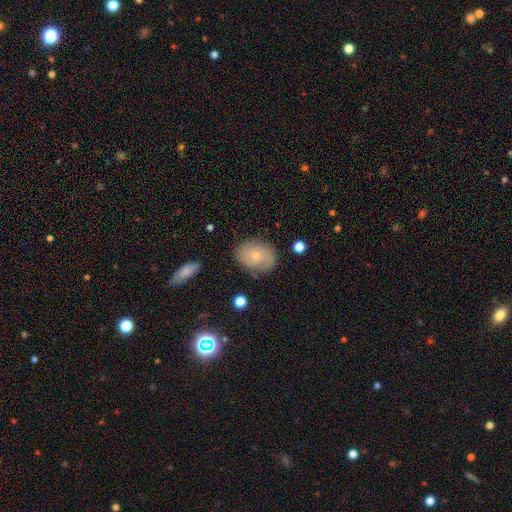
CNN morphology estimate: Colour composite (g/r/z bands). It shows a smooth galaxy with no disk features (53%) that is in between round and cigar-shaped (69%). Merging: none (78%).